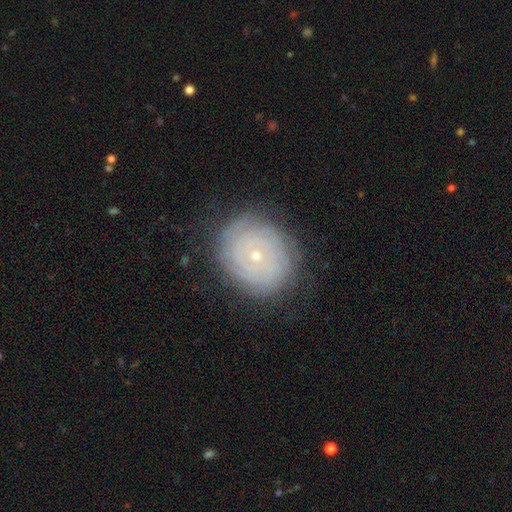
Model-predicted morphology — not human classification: smooth-or-featured: featured or disk: 70% | smooth: 22% | star or artifact: 8%
  disk-edge-on: no: 97% | yes: 3%
    bar: no: 85% | weak: 12% | strong: 3%
    has-spiral-arms: yes: 83% | no: 17%
      spiral-winding: tight: 86% | medium: 11% | loose: 4%
      spiral-arm-count: can't tell: 51% | 2: 16% | 3: 11% | 4: 10% | more than 4: 7% | 1: 6%
    bulge-size: small: 78% | moderate: 19% | large: 1% | none: 1% | dominant: 1%
  merging: none: 80% | minor disturbance: 14% | major disturbance: 5% | merger: 1%